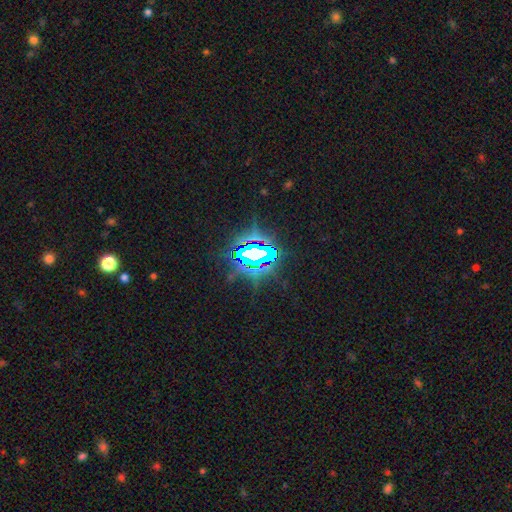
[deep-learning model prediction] Overall: star or artifact (76%).